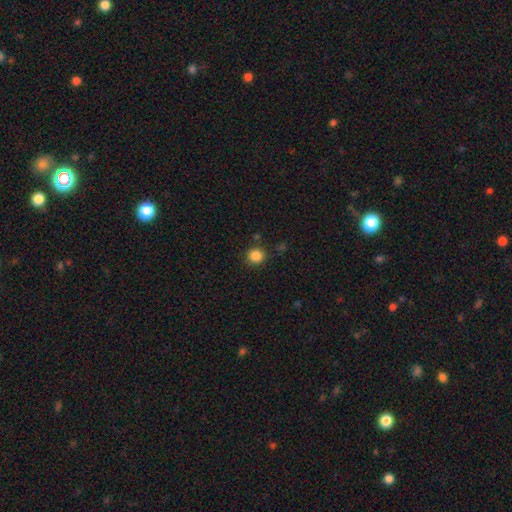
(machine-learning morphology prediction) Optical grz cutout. It shows a smooth galaxy with no disk features (85%) that is round (92%). Merging: none (87%).